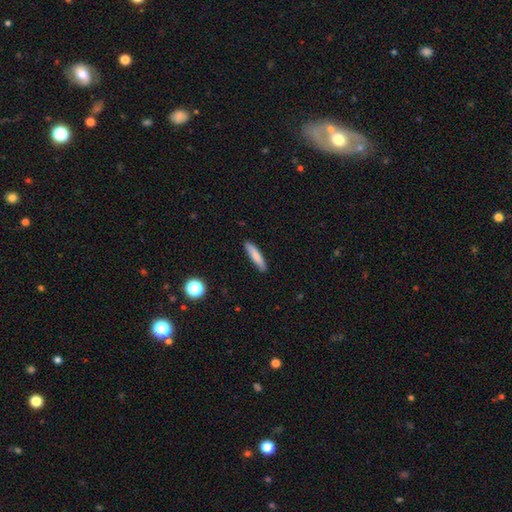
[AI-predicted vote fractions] smooth_or_featured: smooth (p=0.78) [alt: featured or disk p=0.15]
how_rounded: cigar-shaped (p=0.85) [alt: in between p=0.14]
merging: none (p=0.88) [alt: minor disturbance p=0.09]